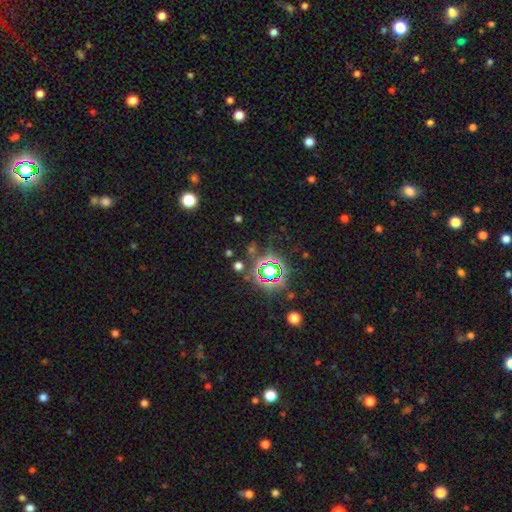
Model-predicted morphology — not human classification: Smooth or featured: star or artifact — 79% (smooth — 14%)